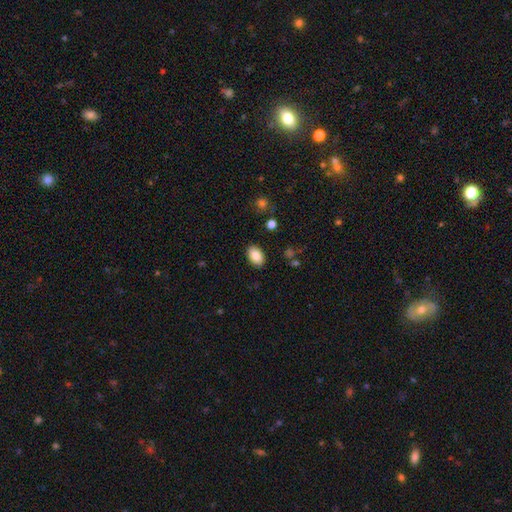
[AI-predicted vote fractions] smooth 85%, star or artifact 8%, featured or disk 7%. Down the decision tree: how rounded — in between (89%); merging — none (88%).